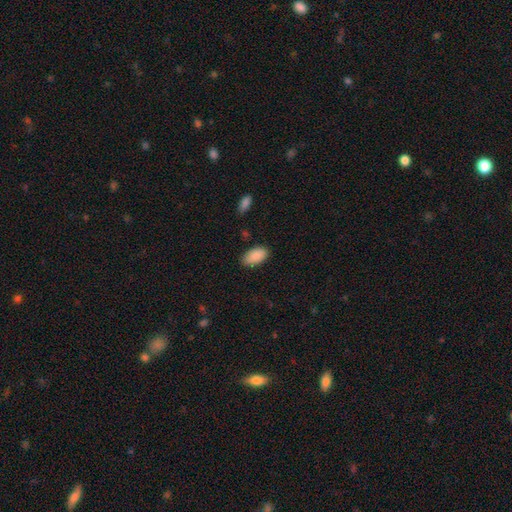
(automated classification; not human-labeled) A smooth galaxy with no disk features (89%) that is in between round and cigar-shaped (95%). Merging: none (82%).